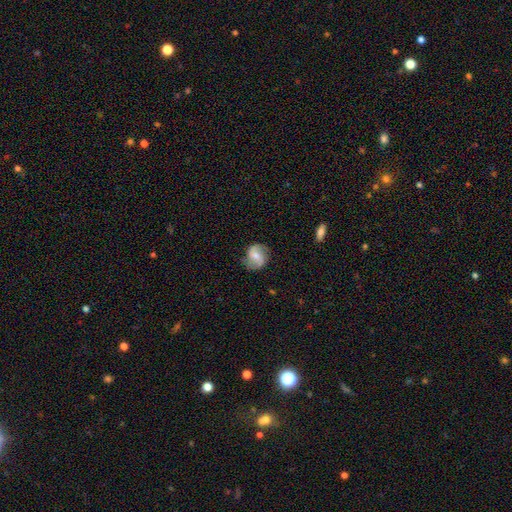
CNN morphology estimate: Smooth or featured? Predicted: featured or disk (p=0.60). Edge-on disk? Predicted: no (p=0.97). Bar? Predicted: weak (p=0.45). Spiral arms? Predicted: yes (p=0.88). Spiral winding? Predicted: medium (p=0.41, tied with loose). Spiral arm count? Predicted: 2 (p=0.89). Bulge size? Predicted: moderate (p=0.51). Merging? Predicted: none (p=0.79).